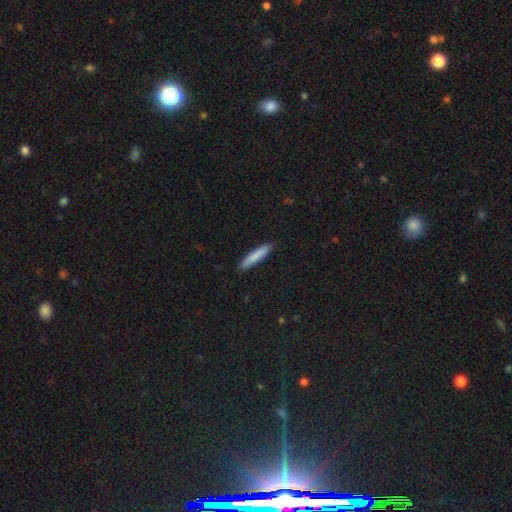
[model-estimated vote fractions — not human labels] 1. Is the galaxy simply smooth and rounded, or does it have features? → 83% smooth, 11% featured or disk, 6% star or artifact.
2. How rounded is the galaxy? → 91% cigar-shaped, 8% in between, 1% round.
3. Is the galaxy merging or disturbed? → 89% none, 8% minor disturbance, 2% major disturbance, 1% merger.